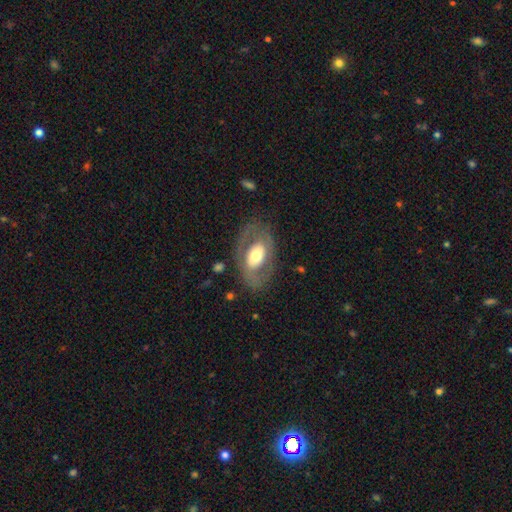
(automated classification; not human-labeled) Smooth or featured? Predicted: featured or disk (p=0.59). Edge-on disk? Predicted: no (p=0.92). Bar? Predicted: no (p=0.59). Spiral arms? Predicted: no (p=0.62). Bulge size? Predicted: moderate (p=0.58). Merging? Predicted: none (p=0.73).